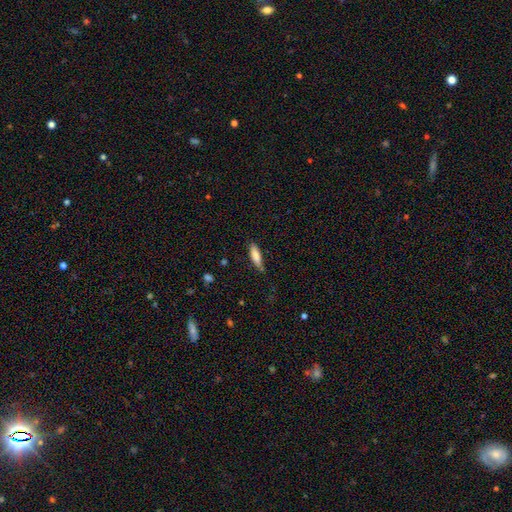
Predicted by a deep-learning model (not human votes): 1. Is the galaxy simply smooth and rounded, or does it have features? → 81% smooth, 12% featured or disk, 6% star or artifact.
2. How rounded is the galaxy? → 52% cigar-shaped, 46% in between, 2% round.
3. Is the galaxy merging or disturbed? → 69% none, 24% minor disturbance, 5% major disturbance, 2% merger.